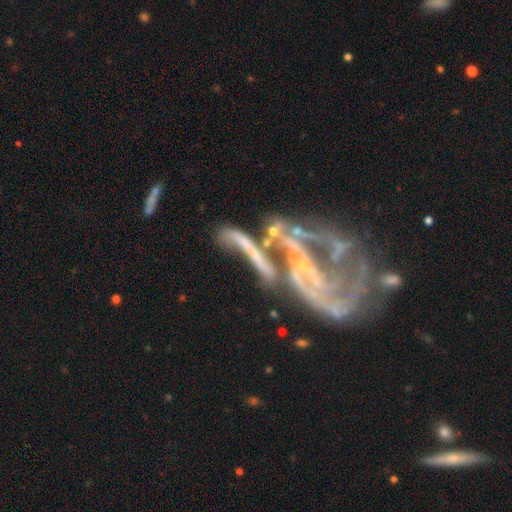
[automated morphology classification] This appears to be a featured or disk galaxy (73%) with no bar (58%), spiral arms (60%) and a small central bulge (44%). Merging: merger (36%).